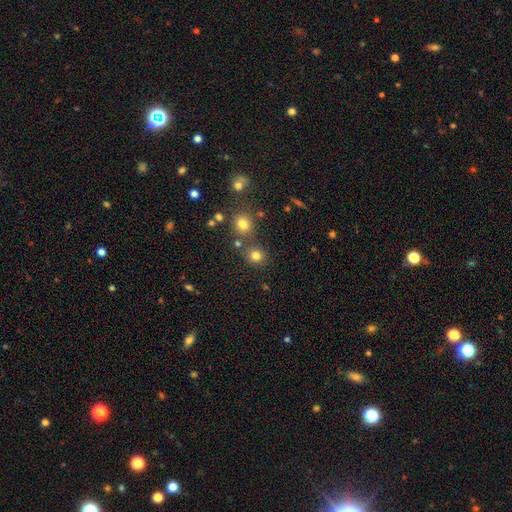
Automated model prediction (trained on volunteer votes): Morphology: type=smooth (78%); roundness=round (86%); merging=none (75%).